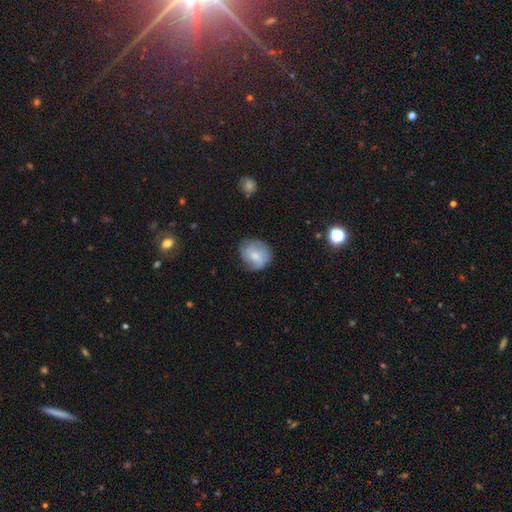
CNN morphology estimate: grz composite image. It shows a smooth galaxy with no disk features (64%) that is round (76%). Merging: none (70%).